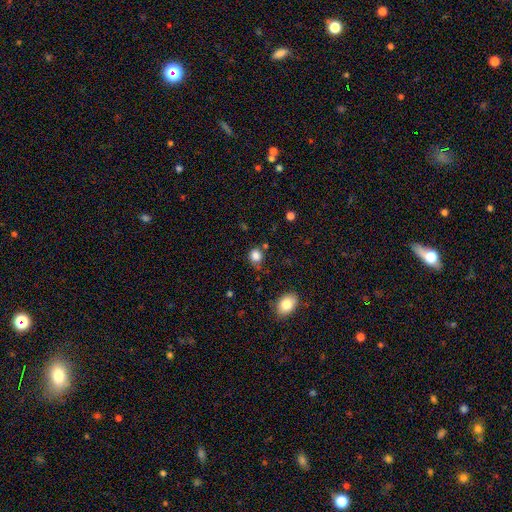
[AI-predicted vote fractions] smooth_or_featured: smooth (p=0.84) [alt: star or artifact p=0.11]
how_rounded: round (p=0.72) [alt: in between p=0.27]
merging: none (p=0.62) [alt: minor disturbance p=0.26]